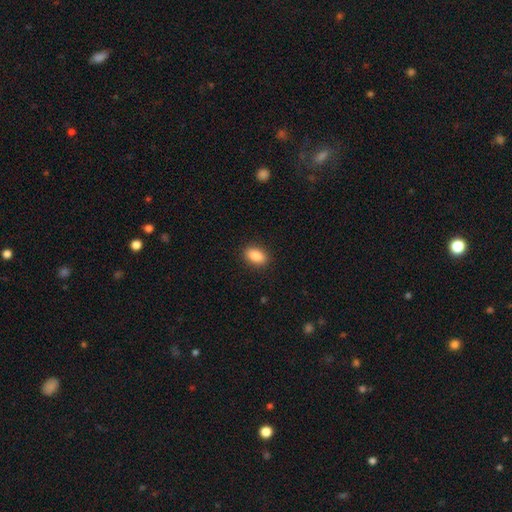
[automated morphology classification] smooth-or-featured: smooth: 88% | star or artifact: 8% | featured or disk: 5%
  how-rounded: in between: 88% | round: 9% | cigar-shaped: 3%
  merging: none: 90% | minor disturbance: 7% | major disturbance: 2% | merger: 1%